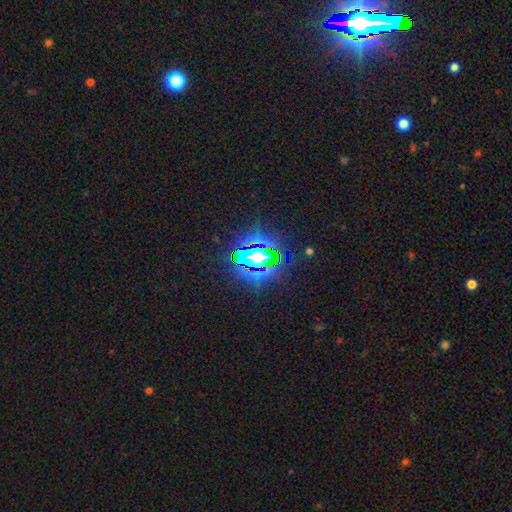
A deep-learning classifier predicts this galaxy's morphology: smooth_or_featured: star or artifact (p=0.81) [alt: smooth p=0.12]